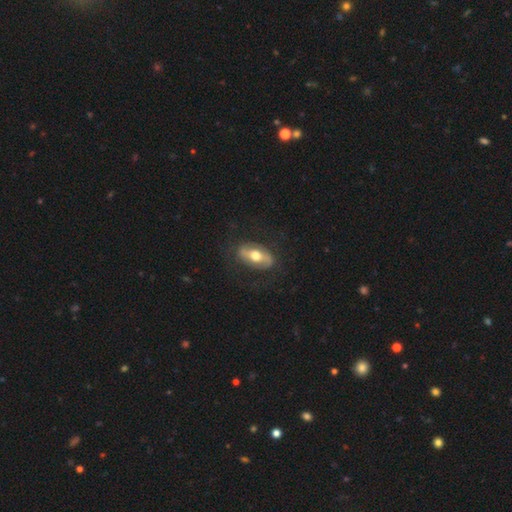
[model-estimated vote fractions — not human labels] A featured or disk galaxy (56%). Merging: none (77%).